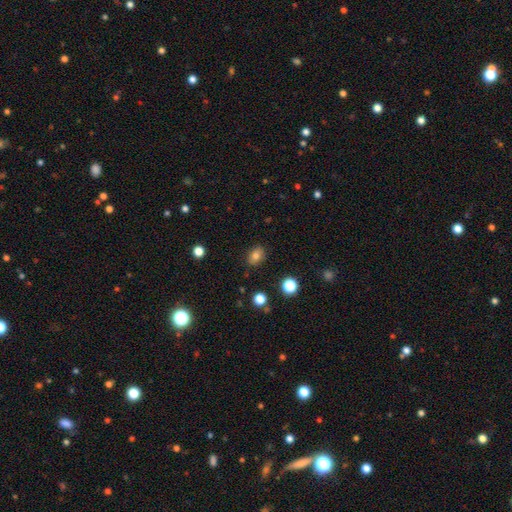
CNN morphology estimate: This is likely a smooth galaxy (80%). How rounded: likely in between (72%). Merging: clearly none (86%).